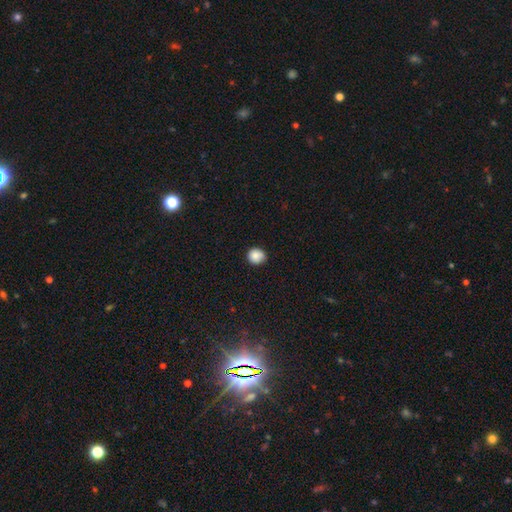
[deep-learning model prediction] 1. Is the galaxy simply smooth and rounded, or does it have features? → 87% smooth, 9% star or artifact, 4% featured or disk.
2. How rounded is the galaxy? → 88% round, 11% in between, 1% cigar-shaped.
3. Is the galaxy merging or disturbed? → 85% none, 12% minor disturbance, 2% major disturbance, 1% merger.